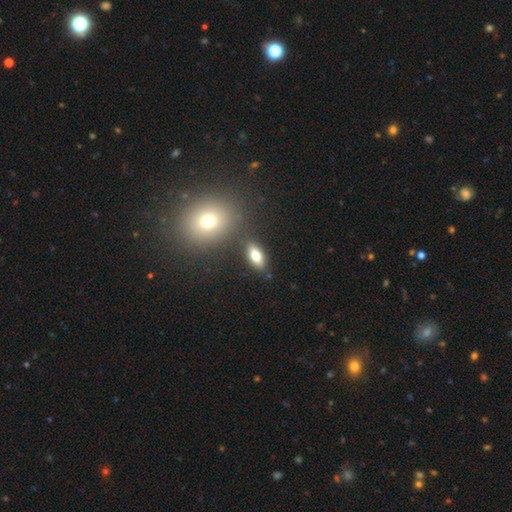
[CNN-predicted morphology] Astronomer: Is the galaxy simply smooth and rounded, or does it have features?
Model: smooth — 72%.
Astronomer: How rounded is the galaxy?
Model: in between — 83%.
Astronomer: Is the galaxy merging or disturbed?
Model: none — 81%.